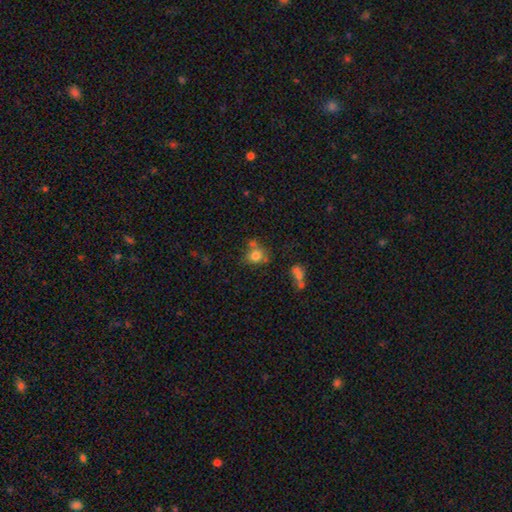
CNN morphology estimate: Smooth or featured: smooth — 78% (star or artifact — 12%)
How rounded: round — 74% (in between — 25%)
Merging: none — 54% (merger — 21%)